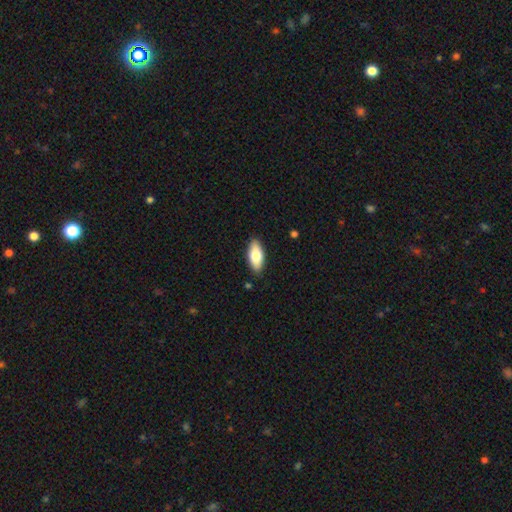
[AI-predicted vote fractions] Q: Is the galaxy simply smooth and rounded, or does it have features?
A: smooth — 76%.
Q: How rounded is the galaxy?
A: in between — 86%.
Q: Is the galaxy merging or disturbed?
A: none — 88%.